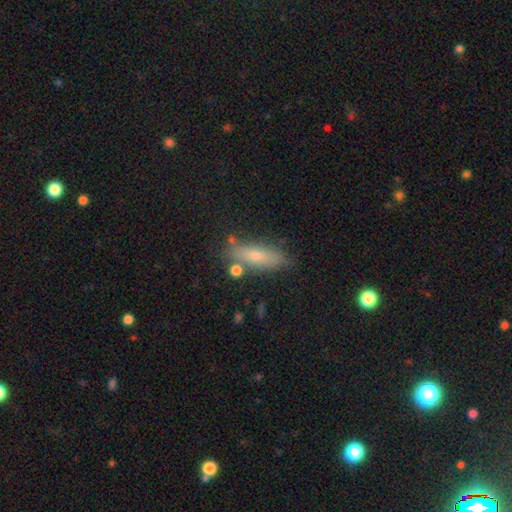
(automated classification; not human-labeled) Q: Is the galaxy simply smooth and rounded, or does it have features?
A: smooth — 66%.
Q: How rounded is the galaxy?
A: in between — 49%.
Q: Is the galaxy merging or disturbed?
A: none — 74%.